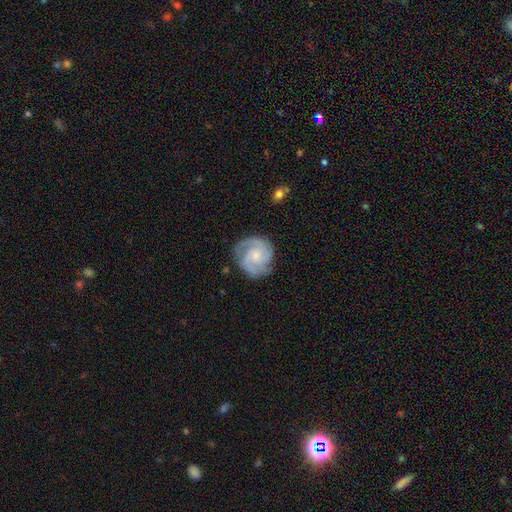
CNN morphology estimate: smooth_or_featured: featured or disk (p=0.84) [alt: smooth p=0.11]
disk_edge_on: no (p=0.98) [alt: yes p=0.02]
bar: no (p=0.59) [alt: weak p=0.36]
has_spiral_arms: yes (p=0.97) [alt: no p=0.03]
spiral_winding: tight (p=0.55) [alt: medium p=0.38]
spiral_arm_count: 2 (p=0.56) [alt: 3 p=0.24]
bulge_size: small (p=0.46) [alt: moderate p=0.36]
merging: none (p=0.78) [alt: minor disturbance p=0.16]